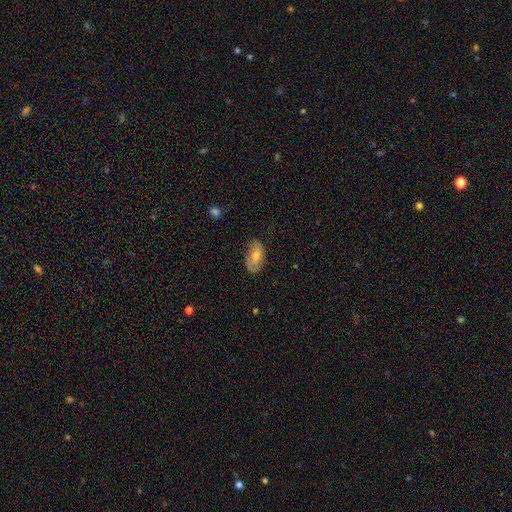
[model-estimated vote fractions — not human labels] The model was most divided on "smooth or featured": smooth: 46%, featured or disk: 44%, star or artifact: 10%. More confident: merging — none (71%).